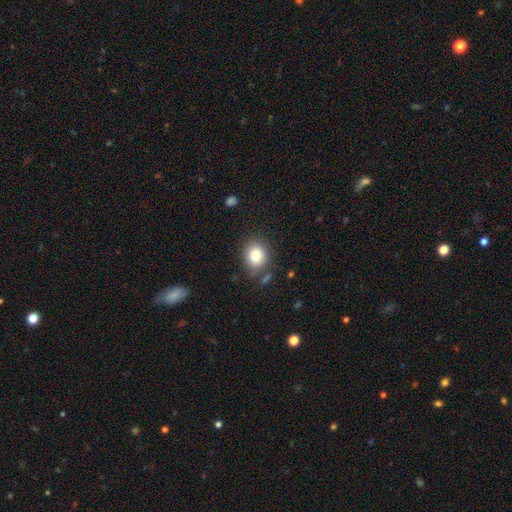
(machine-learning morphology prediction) Smooth or featured? smooth (81%)
How rounded? round (67%)
Merging? none (78%)